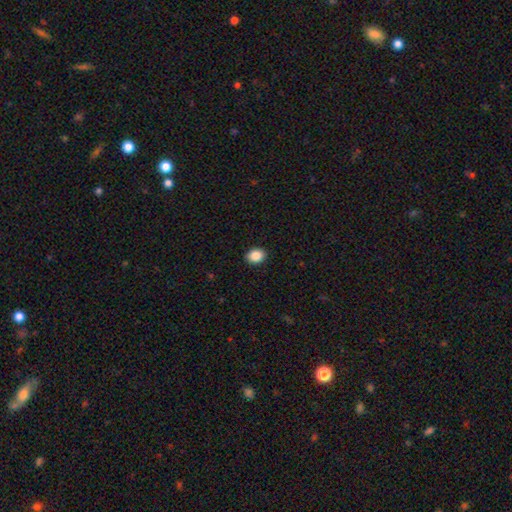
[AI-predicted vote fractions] Morphology: type=smooth (88%); roundness=in between (55%); merging=none (91%).